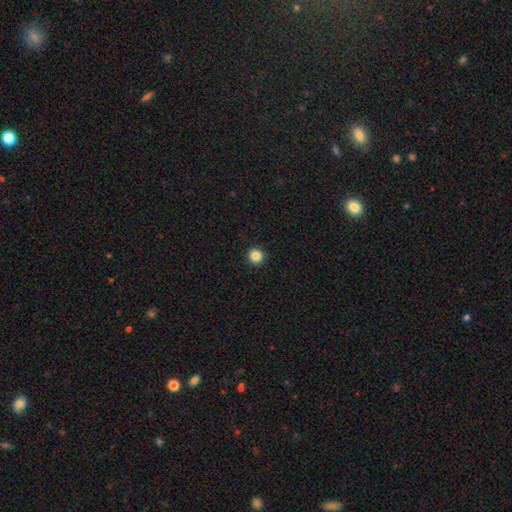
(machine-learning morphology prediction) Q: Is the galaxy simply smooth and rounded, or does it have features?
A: smooth — 85%.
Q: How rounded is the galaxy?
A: round — 95%.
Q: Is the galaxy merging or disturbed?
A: none — 93%.